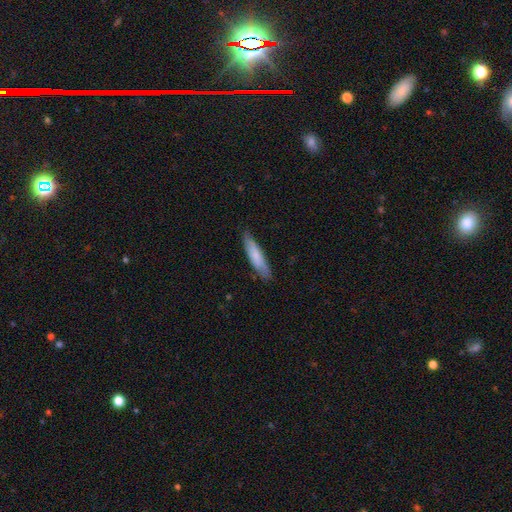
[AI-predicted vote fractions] Morphology: type=smooth (74%); roundness=cigar-shaped (80%); merging=none (84%).